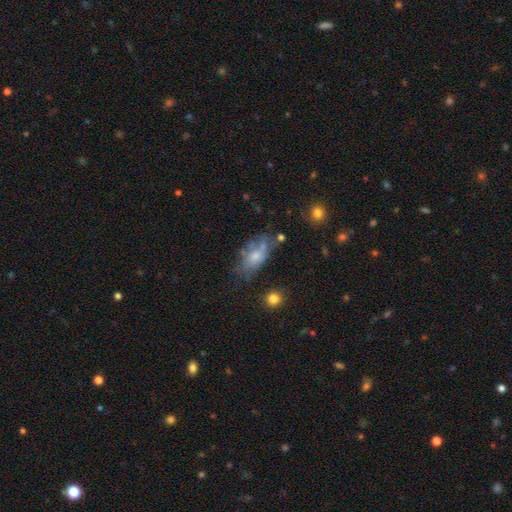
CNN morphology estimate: Q: Smooth or featured?
A: smooth (55%); runner-up: featured or disk (35%)
Q: How rounded?
A: in between (86%); runner-up: cigar-shaped (8%)
Q: Merging?
A: none (40%); runner-up: minor disturbance (27%)